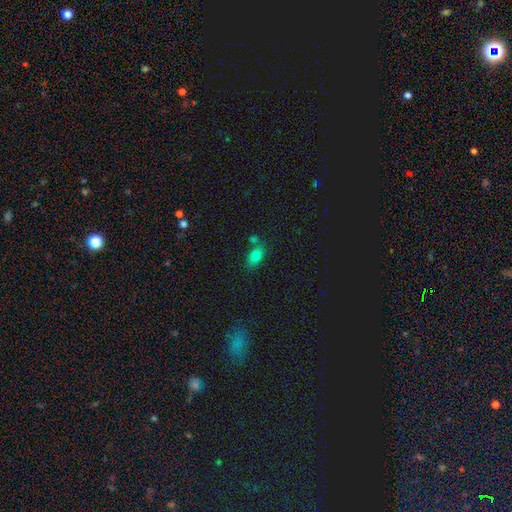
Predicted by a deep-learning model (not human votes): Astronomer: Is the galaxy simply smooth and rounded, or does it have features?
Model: smooth — 78%.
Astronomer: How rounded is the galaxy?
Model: in between — 84%.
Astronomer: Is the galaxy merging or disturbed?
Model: none — 59%.